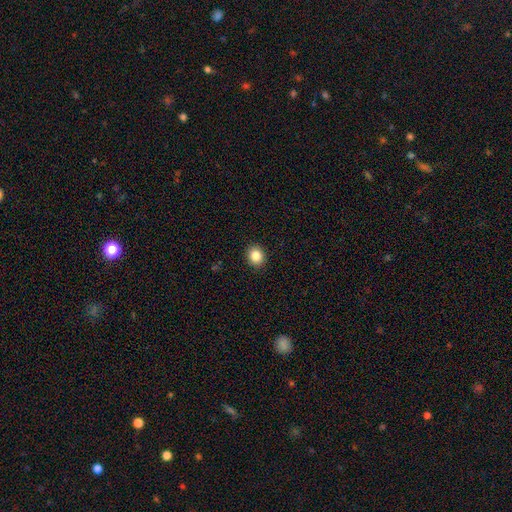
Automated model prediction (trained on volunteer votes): This appears to be a smooth galaxy with no disk features (85%) that is round (72%). Merging: none (91%).